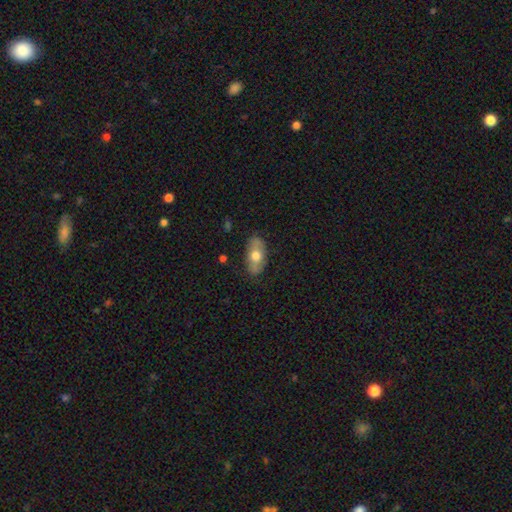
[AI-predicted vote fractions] Smooth or featured? Predicted: smooth (p=0.62). How rounded? Predicted: in between (p=0.90). Merging? Predicted: none (p=0.82).